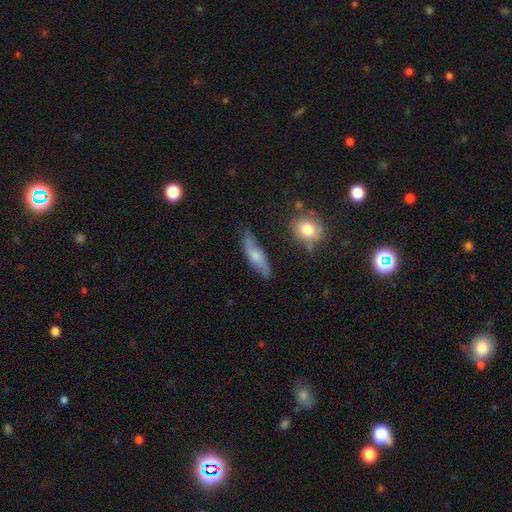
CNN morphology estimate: Q: Smooth or featured?
A: smooth (57%); runner-up: featured or disk (36%)
Q: How rounded?
A: cigar-shaped (55%); runner-up: in between (42%)
Q: Merging?
A: none (70%); runner-up: minor disturbance (22%)